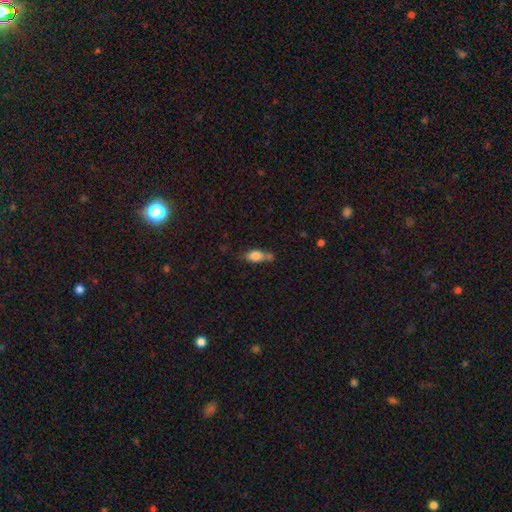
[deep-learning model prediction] This is likely a smooth galaxy (80%). How rounded: clearly in between (81%). Merging: marginally none (41%).